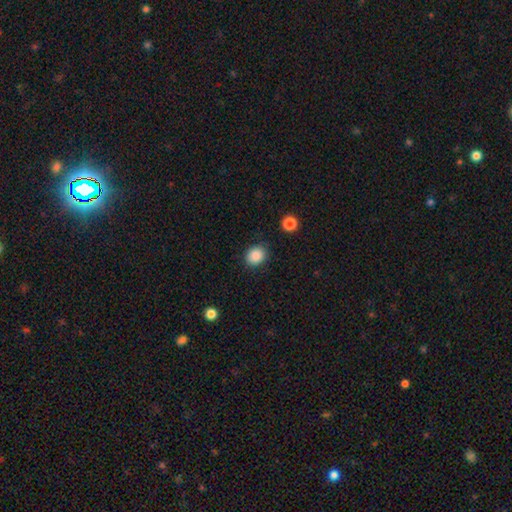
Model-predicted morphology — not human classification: smooth 87%, star or artifact 9%, featured or disk 4%. Down the decision tree: how rounded — round (58%); merging — none (85%).